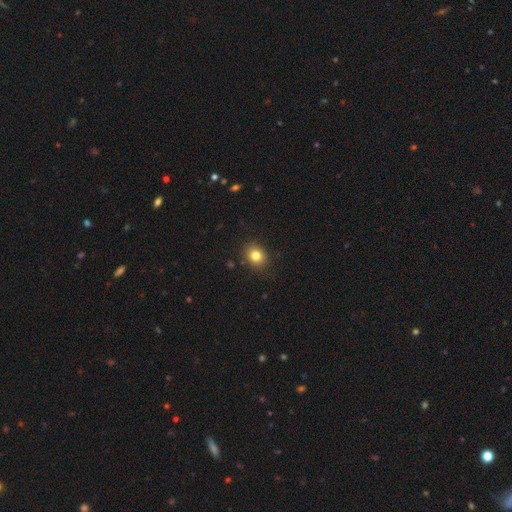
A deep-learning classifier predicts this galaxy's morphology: A smooth galaxy with no disk features (81%) that is round (65%).

Vote fractions:
- Smooth or featured? smooth: 81% / star or artifact: 12% / featured or disk: 7%
- How rounded? round: 65% / in between: 34% / cigar-shaped: 1%
- Merging? none: 86% / minor disturbance: 10% / major disturbance: 3% / merger: 1%